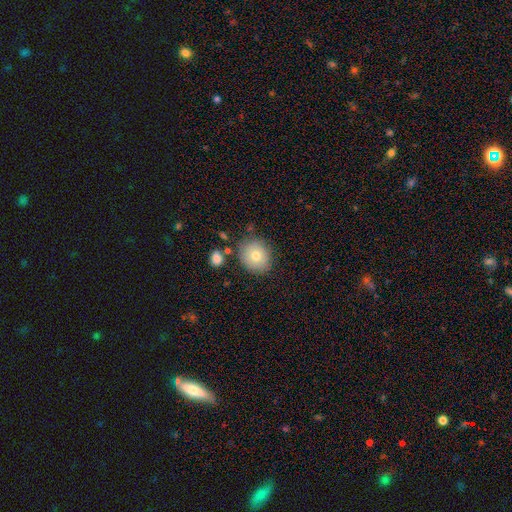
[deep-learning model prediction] Smooth or featured?
  - smooth: 75% *
  - featured or disk: 16%
  - star or artifact: 9%
How rounded?
  - round: 70% *
  - in between: 29%
  - cigar-shaped: 1%
Merging?
  - none: 79% *
  - minor disturbance: 14%
  - merger: 4%
  - major disturbance: 4%